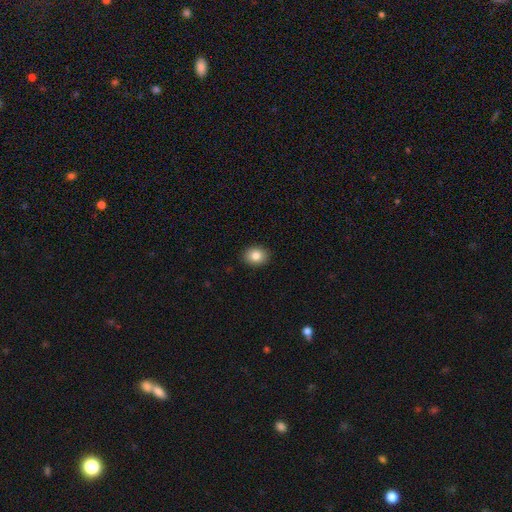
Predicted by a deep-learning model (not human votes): Smooth or featured? smooth (85%)
How rounded? in between (54%)
Merging? none (91%)